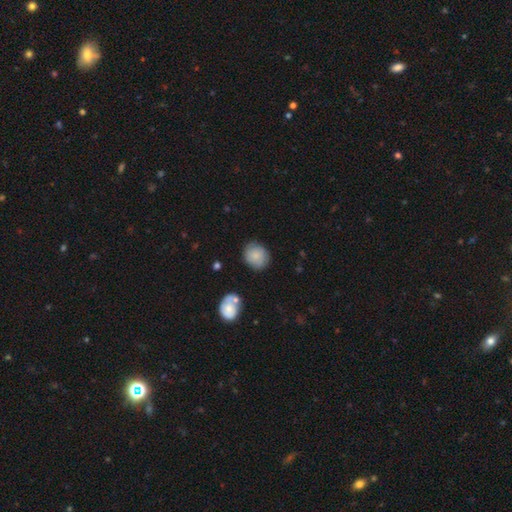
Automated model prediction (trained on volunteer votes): This is likely a smooth galaxy (78%). How rounded: likely round (72%). Merging: likely none (75%).